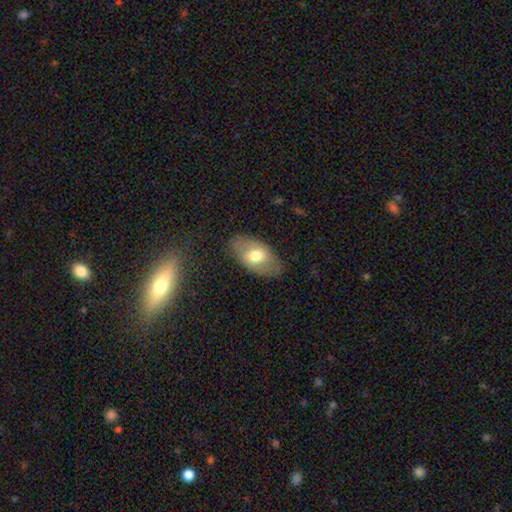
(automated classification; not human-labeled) smooth 63%, featured or disk 30%, star or artifact 7%. Down the decision tree: how rounded — in between (93%); merging — none (80%).